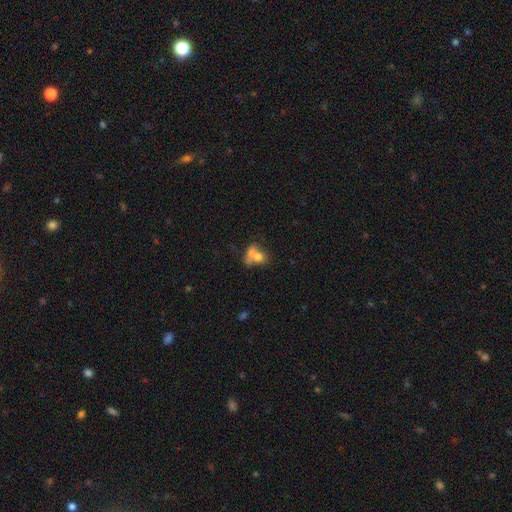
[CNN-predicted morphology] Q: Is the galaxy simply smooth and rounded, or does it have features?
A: smooth — 67%.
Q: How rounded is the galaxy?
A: round — 50%.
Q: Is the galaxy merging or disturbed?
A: merger — 61%.